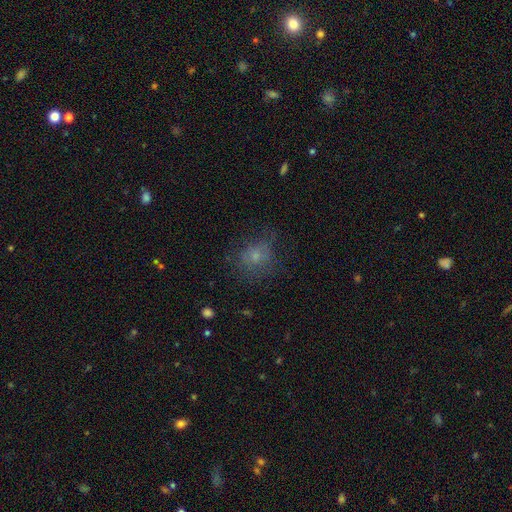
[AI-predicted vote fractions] The model was most divided on "merging": none: 60%, minor disturbance: 21%, major disturbance: 17%, merger: 2%. More confident: how rounded — round (71%); smooth or featured — smooth (63%).